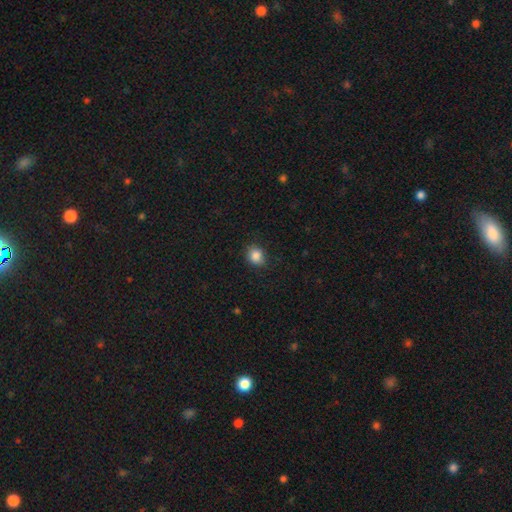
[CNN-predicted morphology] The model was most divided on "how rounded": round: 69%, in between: 30%, cigar-shaped: 1%. More confident: smooth or featured — smooth (86%); merging — none (82%).